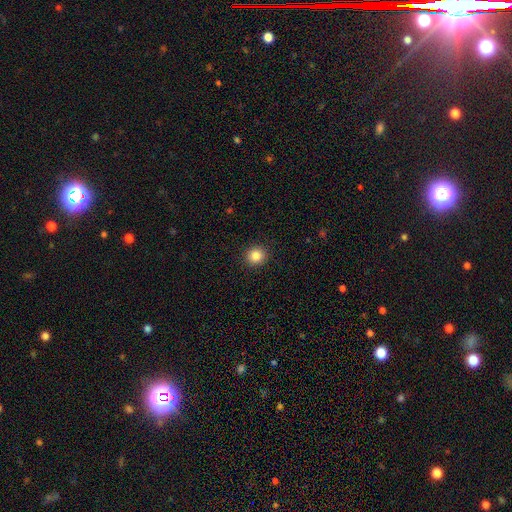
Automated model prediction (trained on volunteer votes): This is clearly a smooth galaxy (84%). How rounded: clearly round (90%). Merging: clearly none (92%).